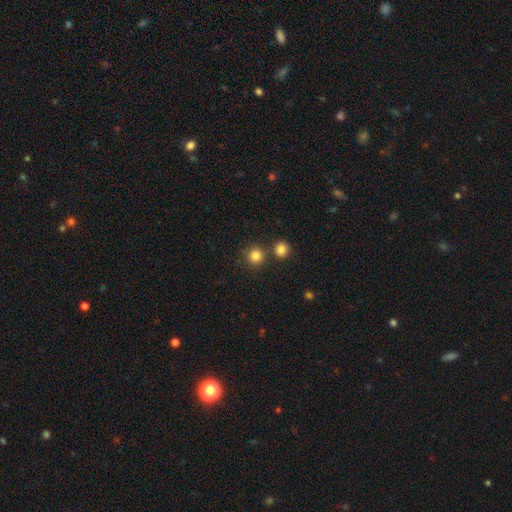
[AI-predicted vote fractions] A smooth galaxy with no disk features (83%) that is round (93%). Merging: none (76%).